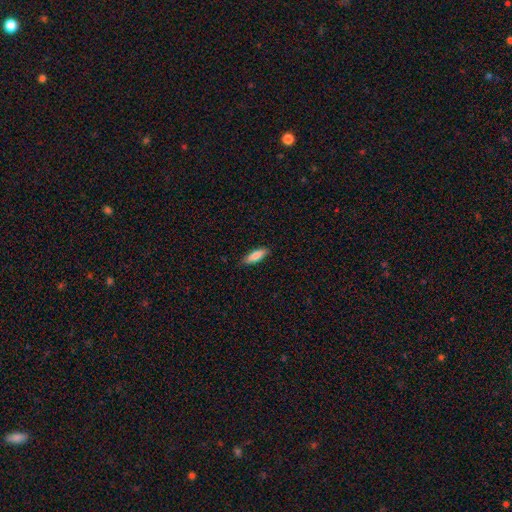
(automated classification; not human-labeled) smooth_or_featured: smooth (p=0.84) [alt: featured or disk p=0.10]
how_rounded: in between (p=0.51) [alt: cigar-shaped p=0.48]
merging: none (p=0.86) [alt: minor disturbance p=0.11]